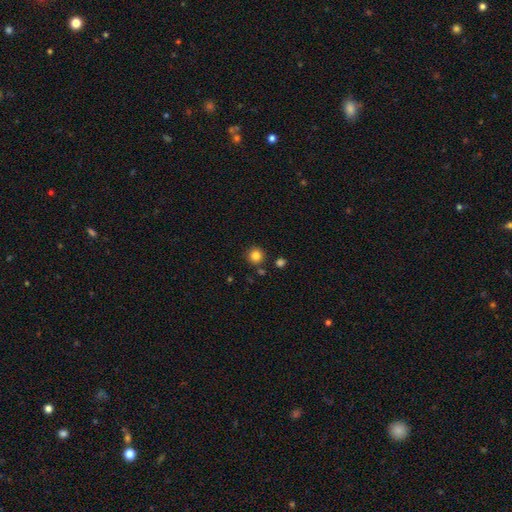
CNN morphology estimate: A smooth galaxy with no disk features (83%) that is round (95%). Merging: none (86%).